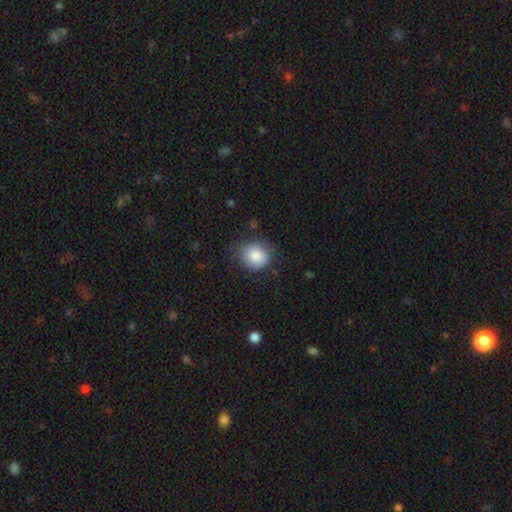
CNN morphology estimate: type=smooth (85%); roundness=round (82%); merging=none (72%).